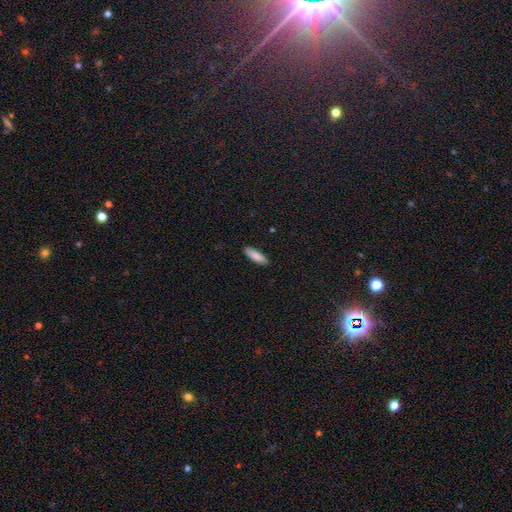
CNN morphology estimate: Smooth or featured?
  - smooth: 87% *
  - featured or disk: 7%
  - star or artifact: 6%
How rounded?
  - cigar-shaped: 55% *
  - in between: 44%
  - round: 2%
Merging?
  - none: 90% *
  - minor disturbance: 7%
  - major disturbance: 2%
  - merger: 1%